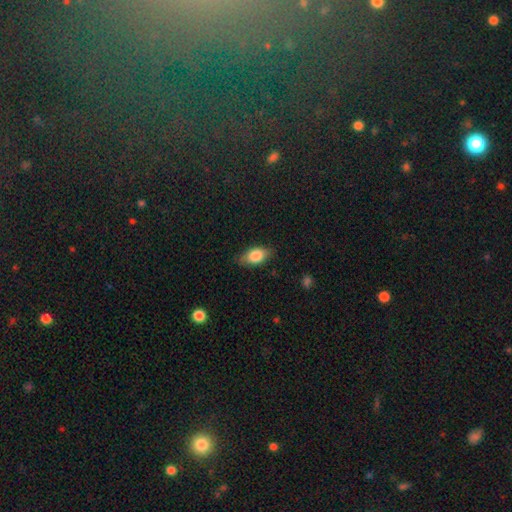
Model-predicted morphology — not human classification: Overall: smooth (81%). How rounded: in between (87%). Merging: none (81%).